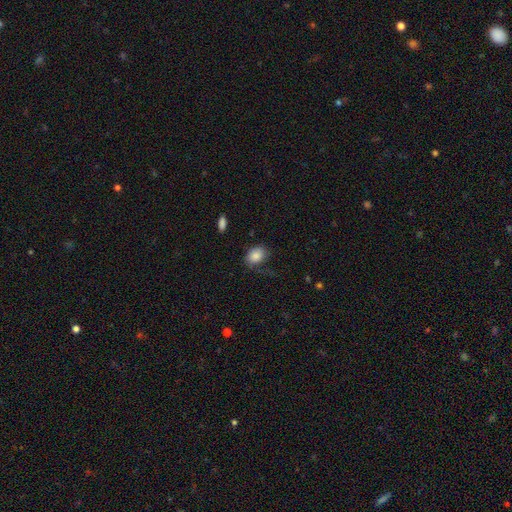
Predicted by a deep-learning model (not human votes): This appears to be a smooth galaxy with no disk features (84%) that is in between round and cigar-shaped (71%). Merging: none (61%).